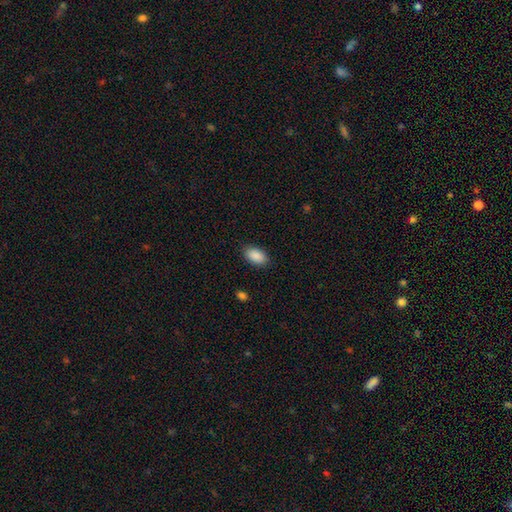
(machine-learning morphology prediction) Q: Smooth or featured?
A: smooth (90%); runner-up: star or artifact (7%)
Q: How rounded?
A: in between (94%); runner-up: round (4%)
Q: Merging?
A: none (88%); runner-up: minor disturbance (9%)